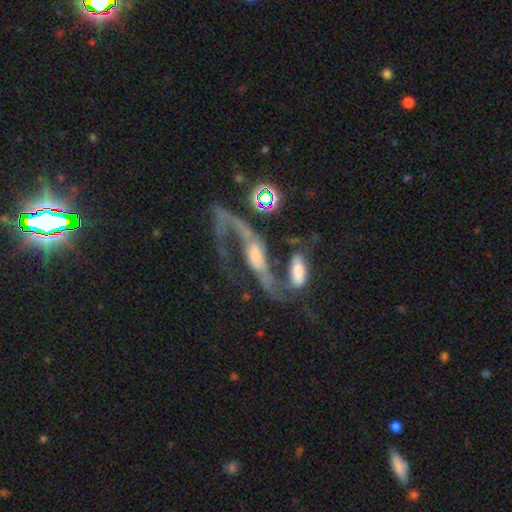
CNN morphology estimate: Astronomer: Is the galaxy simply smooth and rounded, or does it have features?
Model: featured or disk — 72%.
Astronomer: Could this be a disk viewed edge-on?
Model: no — 85%.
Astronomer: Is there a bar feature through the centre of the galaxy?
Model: no — 49% (runner-up: weak, 31%).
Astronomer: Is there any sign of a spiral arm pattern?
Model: yes — 80%.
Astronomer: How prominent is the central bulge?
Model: moderate — 30% (runner-up: small, 25%).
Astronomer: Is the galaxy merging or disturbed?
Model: merger — 40% (runner-up: major disturbance, 28%).